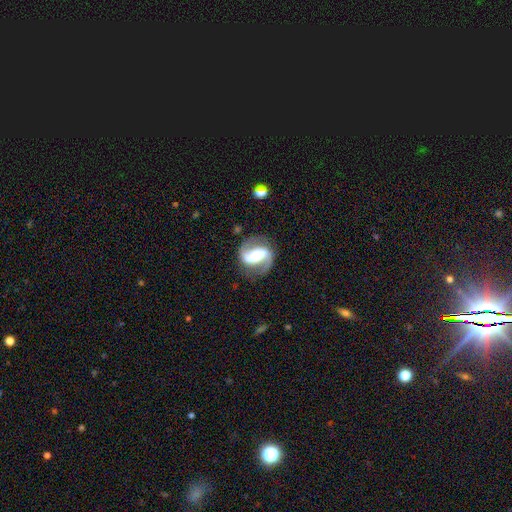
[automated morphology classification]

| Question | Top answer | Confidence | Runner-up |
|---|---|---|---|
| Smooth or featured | featured or disk | 87% | smooth (8%) |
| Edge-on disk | no | 97% | yes (3%) |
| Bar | strong | 64% | weak (23%) |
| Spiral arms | yes | 94% | no (6%) |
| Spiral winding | medium | 49% | loose (31%) |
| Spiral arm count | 2 | 92% | 1 (2%) |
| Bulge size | moderate | 46% | large (23%) |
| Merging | none | 81% | minor disturbance (12%) |